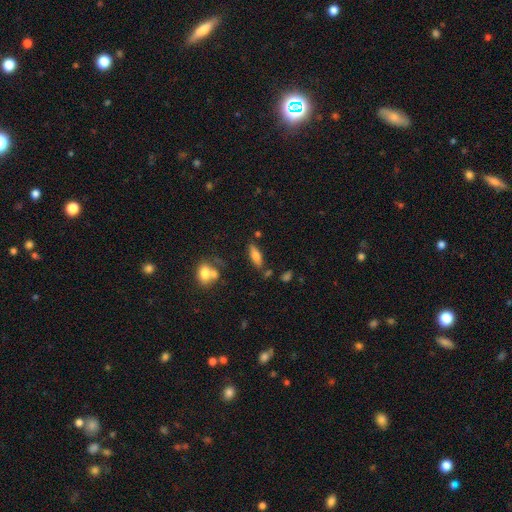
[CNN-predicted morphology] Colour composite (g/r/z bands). It shows a smooth galaxy with no disk features (67%) that is in between round and cigar-shaped (65%). Merging: none (74%).